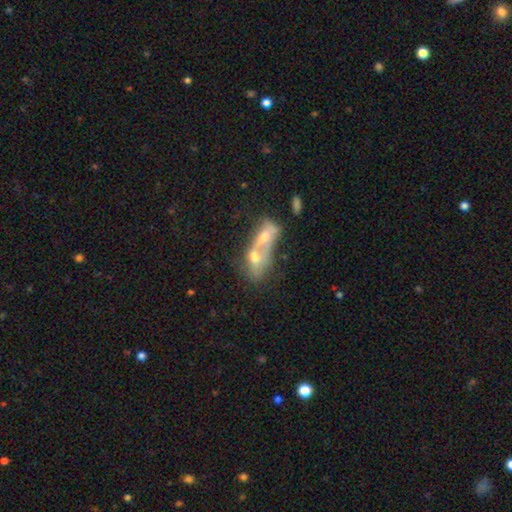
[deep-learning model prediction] A smooth galaxy with no disk features (48%).

Vote fractions:
- Smooth or featured? smooth: 48% / featured or disk: 41% / star or artifact: 11%
- Merging? merger: 77% / none: 11% / major disturbance: 7% / minor disturbance: 5%